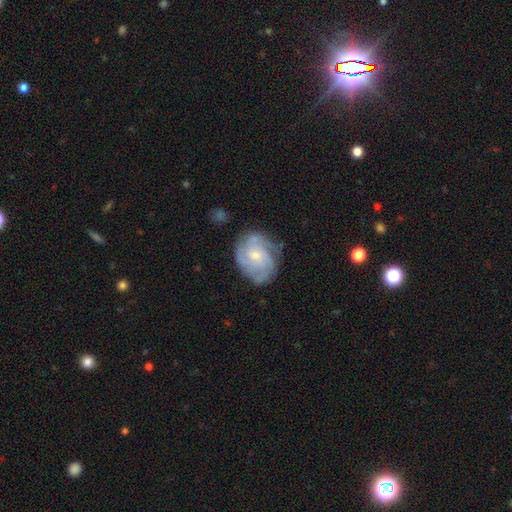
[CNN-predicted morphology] This appears to be a featured or disk galaxy (76%) with no bar (70%), tight (55%) spiral arms (92%) and a small central bulge (63%). Merging: none (68%).